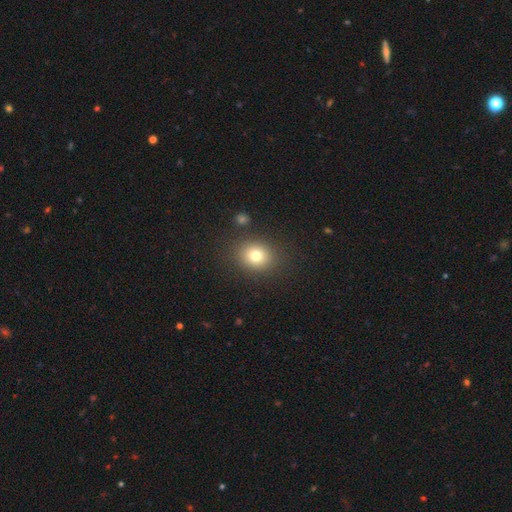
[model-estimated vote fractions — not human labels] smooth_or_featured: smooth (p=0.77) [alt: star or artifact p=0.13]
how_rounded: round (p=0.69) [alt: in between p=0.30]
merging: none (p=0.86) [alt: minor disturbance p=0.08]